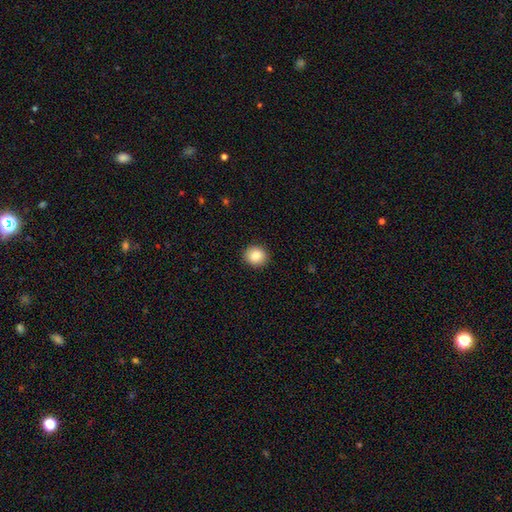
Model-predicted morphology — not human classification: smooth-or-featured: smooth: 86% | star or artifact: 9% | featured or disk: 6%
  how-rounded: round: 84% | in between: 15% | cigar-shaped: 1%
  merging: none: 92% | minor disturbance: 6% | major disturbance: 2% | merger: 1%